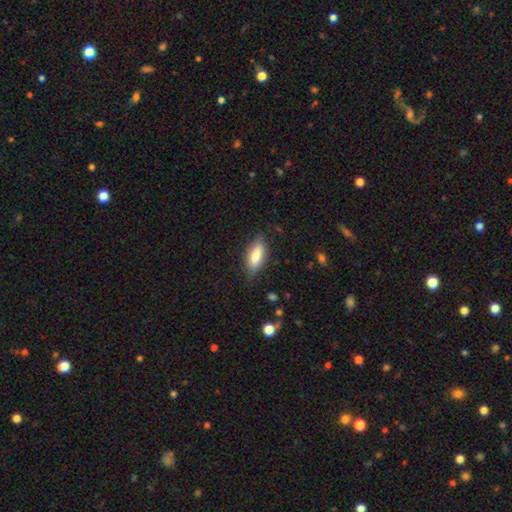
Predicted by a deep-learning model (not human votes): Smooth or featured?
  - smooth: 79% *
  - featured or disk: 14%
  - star or artifact: 7%
How rounded?
  - in between: 70% *
  - cigar-shaped: 28%
  - round: 2%
Merging?
  - none: 78% *
  - minor disturbance: 16%
  - major disturbance: 4%
  - merger: 1%